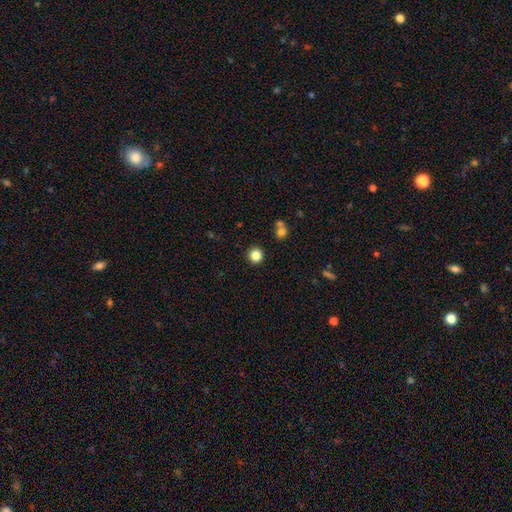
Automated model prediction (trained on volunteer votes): A smooth galaxy with no disk features (85%) that is round (94%).

Vote fractions:
- Smooth or featured? smooth: 85% / star or artifact: 11% / featured or disk: 4%
- How rounded? round: 94% / in between: 5% / cigar-shaped: 1%
- Merging? none: 90% / minor disturbance: 5% / merger: 3% / major disturbance: 2%